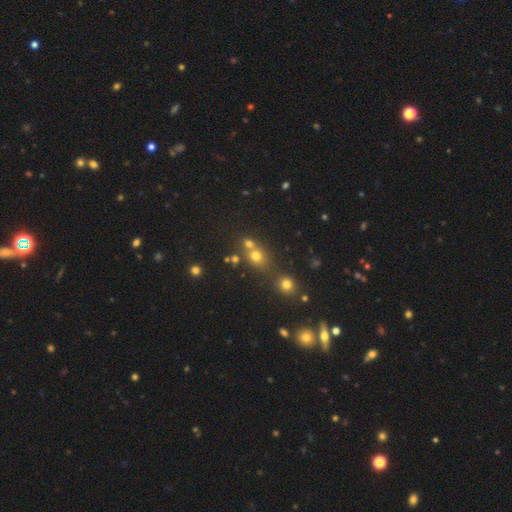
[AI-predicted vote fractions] Q: Smooth or featured?
A: smooth (66%); runner-up: star or artifact (22%)
Q: How rounded?
A: round (74%); runner-up: in between (25%)
Q: Merging?
A: none (49%); runner-up: merger (38%)